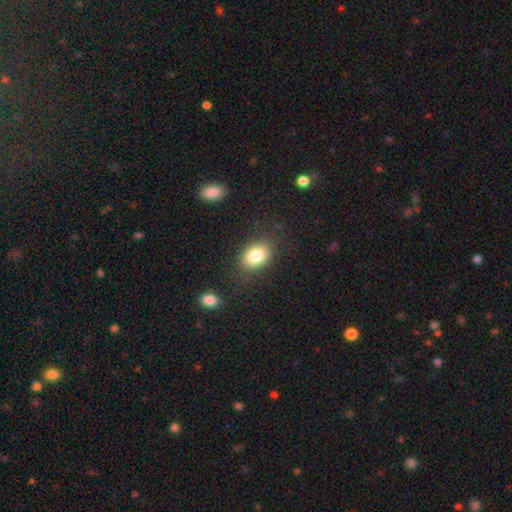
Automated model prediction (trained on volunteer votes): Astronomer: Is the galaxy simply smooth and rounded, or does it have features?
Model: smooth — 82%.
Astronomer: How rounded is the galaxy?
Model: in between — 74%.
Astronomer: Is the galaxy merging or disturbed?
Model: none — 79%.